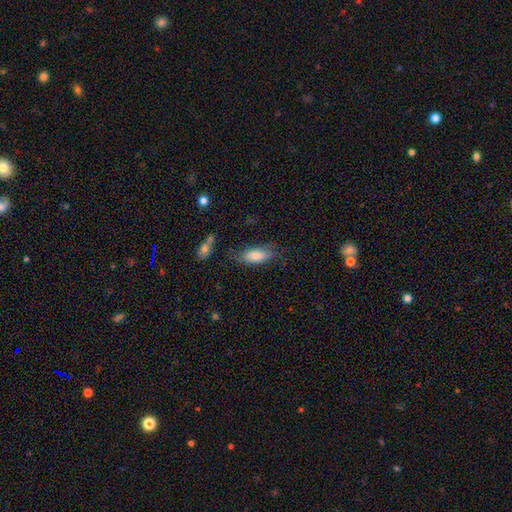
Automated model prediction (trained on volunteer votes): Smooth or featured?
  - smooth: 80% *
  - featured or disk: 13%
  - star or artifact: 7%
How rounded?
  - in between: 78% *
  - cigar-shaped: 20%
  - round: 2%
Merging?
  - none: 64% *
  - minor disturbance: 24%
  - major disturbance: 8%
  - merger: 4%